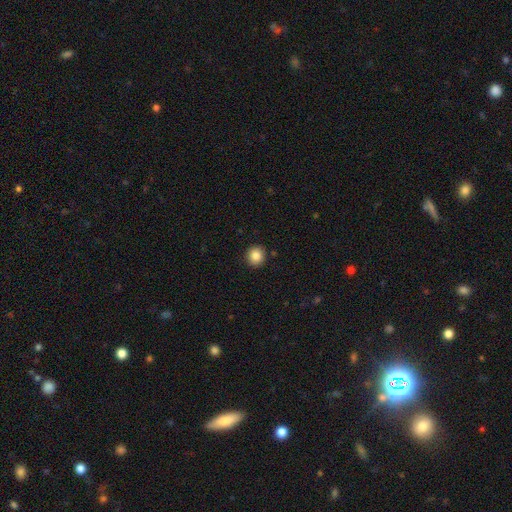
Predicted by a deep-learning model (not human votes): Morphology: type=smooth (86%); roundness=round (91%); merging=none (91%).